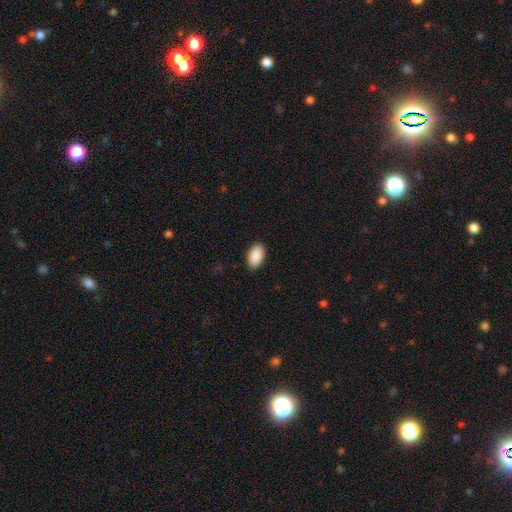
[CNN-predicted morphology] smooth-or-featured: smooth: 91% | star or artifact: 6% | featured or disk: 3%
  how-rounded: in between: 95% | round: 3% | cigar-shaped: 1%
  merging: none: 90% | minor disturbance: 7% | major disturbance: 2% | merger: 1%